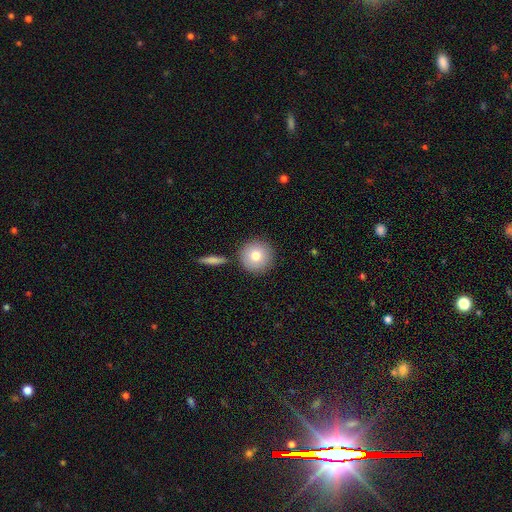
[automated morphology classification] A smooth galaxy with no disk features (79%) that is round (95%). Merging: none (84%).